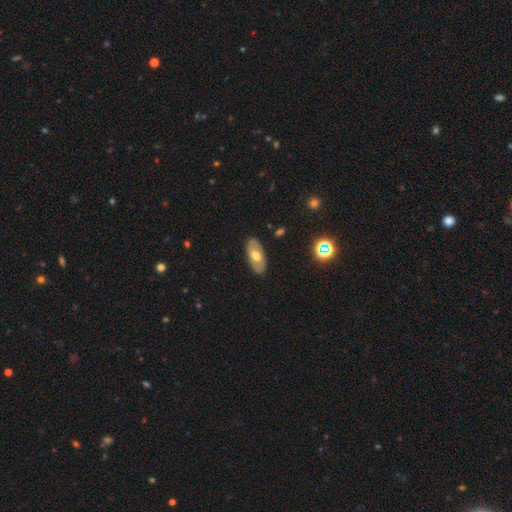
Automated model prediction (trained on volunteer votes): Smooth or featured? Predicted: smooth (p=0.51). How rounded? Predicted: in between (p=0.90). Merging? Predicted: none (p=0.87).